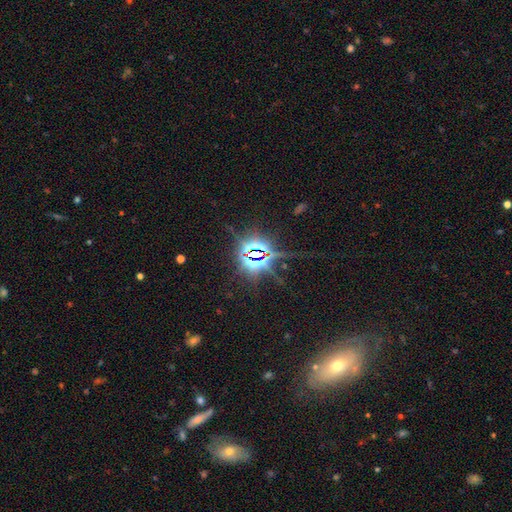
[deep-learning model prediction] smooth_or_featured: star or artifact (p=0.84) [alt: featured or disk p=0.09]